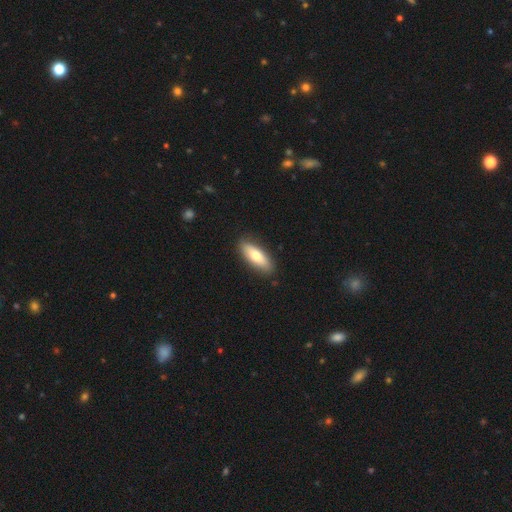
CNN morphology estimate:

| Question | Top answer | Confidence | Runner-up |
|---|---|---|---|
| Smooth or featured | smooth | 71% | featured or disk (24%) |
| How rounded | in between | 65% | cigar-shaped (33%) |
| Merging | none | 87% | minor disturbance (10%) |